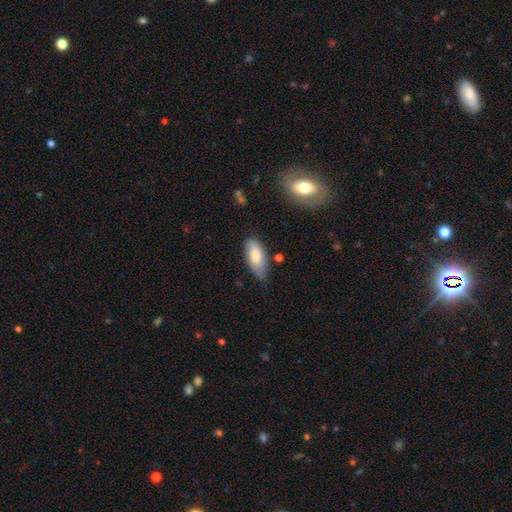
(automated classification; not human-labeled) A smooth galaxy with no disk features (76%) that is in between round and cigar-shaped (88%). Merging: none (65%).